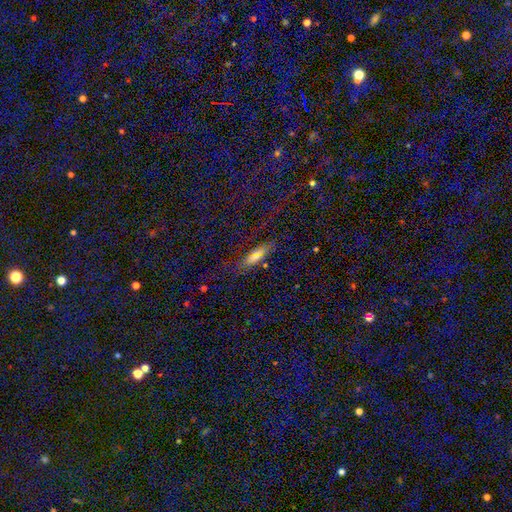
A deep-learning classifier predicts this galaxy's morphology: Overall: smooth (61%; featured or disk 21%). How rounded: cigar-shaped (58%; in between 38%). Merging: none (72%).